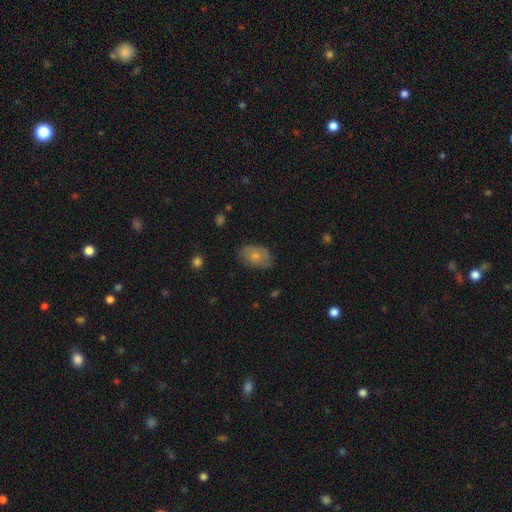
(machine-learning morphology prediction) Smooth or featured? Predicted: smooth (p=0.66). How rounded? Predicted: in between (p=0.87). Merging? Predicted: none (p=0.71).